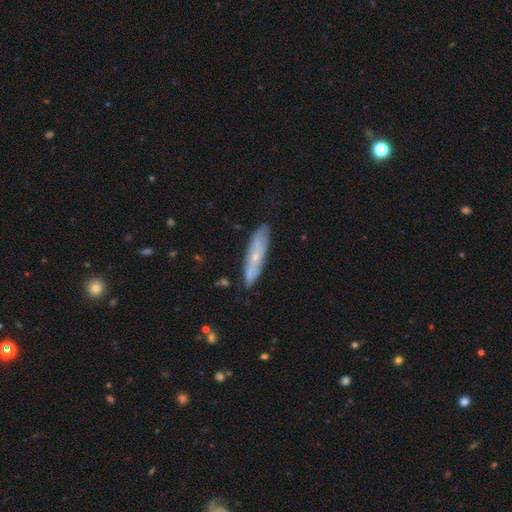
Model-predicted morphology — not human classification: Smooth or featured? featured or disk (53%)
Edge-on disk? yes (51%)
Merging? none (79%)